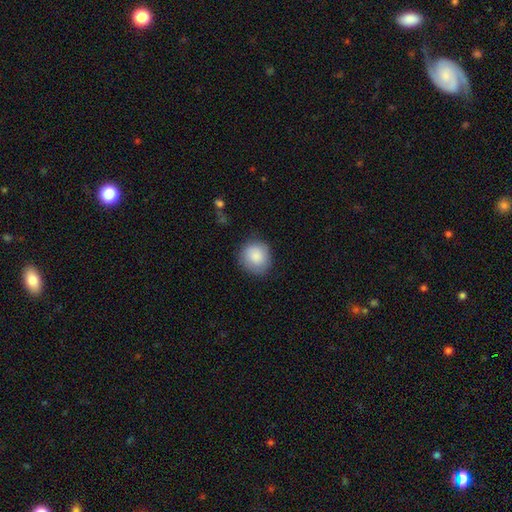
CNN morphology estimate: Smooth or featured? Predicted: smooth (p=0.86). How rounded? Predicted: round (p=0.85). Merging? Predicted: none (p=0.81).